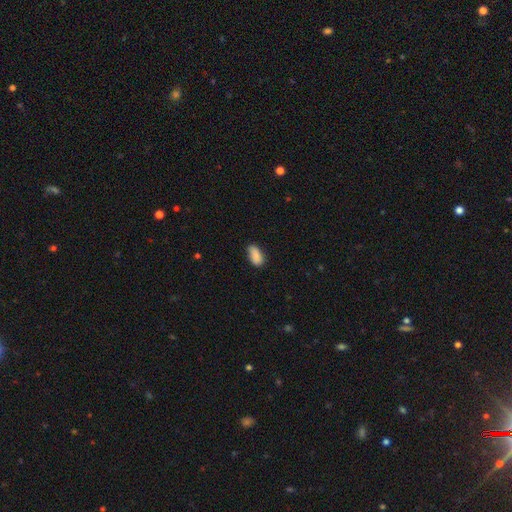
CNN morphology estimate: Smooth or featured: smooth — 88% (star or artifact — 7%)
How rounded: in between — 93% (cigar-shaped — 4%)
Merging: none — 77% (minor disturbance — 19%)